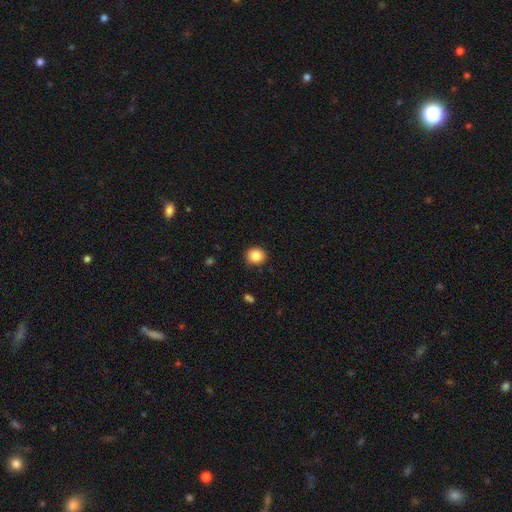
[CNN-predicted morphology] Q: Smooth or featured?
A: smooth (86%); runner-up: star or artifact (9%)
Q: How rounded?
A: round (83%); runner-up: in between (16%)
Q: Merging?
A: none (88%); runner-up: minor disturbance (9%)